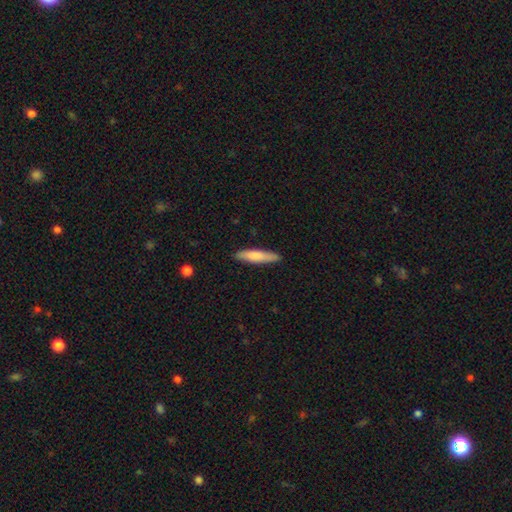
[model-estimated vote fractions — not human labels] smooth-or-featured: smooth: 74% | featured or disk: 21% | star or artifact: 5%
  how-rounded: cigar-shaped: 84% | in between: 15% | round: 1%
  merging: none: 87% | minor disturbance: 10% | major disturbance: 2% | merger: 1%